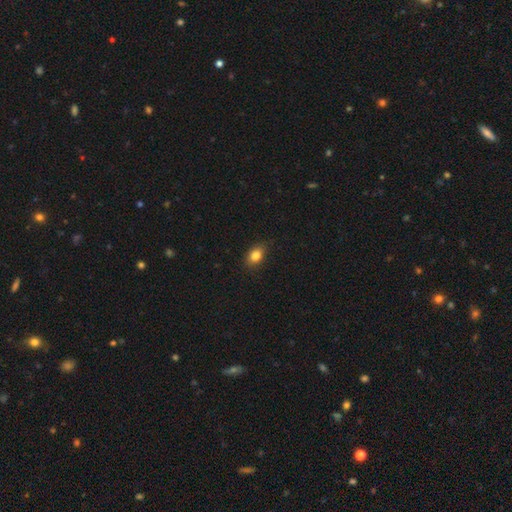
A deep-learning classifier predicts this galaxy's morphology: This appears to be a smooth galaxy with no disk features (83%) that is in between round and cigar-shaped (75%). Merging: none (84%).